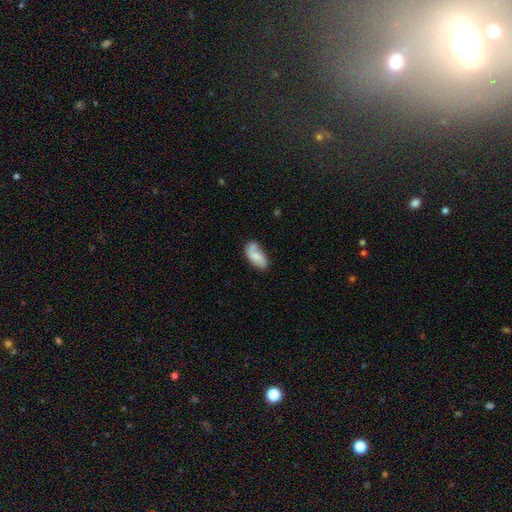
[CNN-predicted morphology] Overall: smooth (64%; featured or disk 29%). How rounded: in between (91%). Merging: none (54%; minor disturbance 30%).